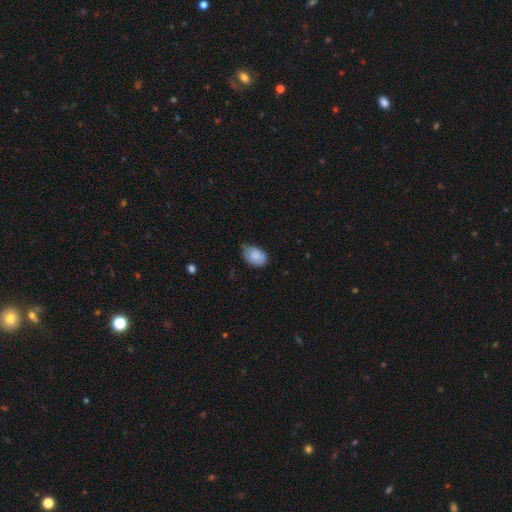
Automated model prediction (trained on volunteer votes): A smooth galaxy with no disk features (81%) that is in between round and cigar-shaped (86%). Merging: none (51%).